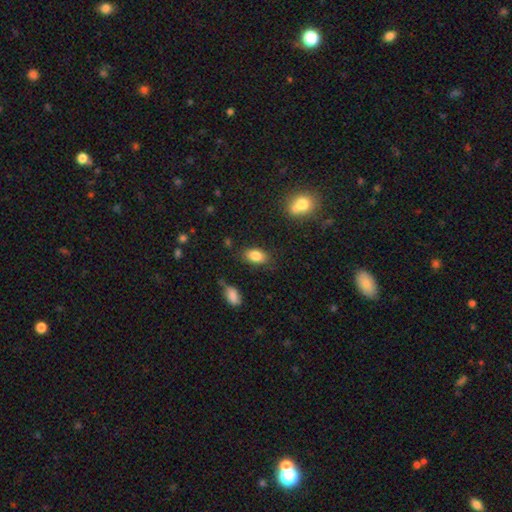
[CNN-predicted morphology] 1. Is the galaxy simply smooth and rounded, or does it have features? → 85% smooth, 8% star or artifact, 7% featured or disk.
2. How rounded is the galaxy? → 90% in between, 7% round, 3% cigar-shaped.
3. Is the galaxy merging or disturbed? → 79% none, 14% minor disturbance, 4% major disturbance, 3% merger.